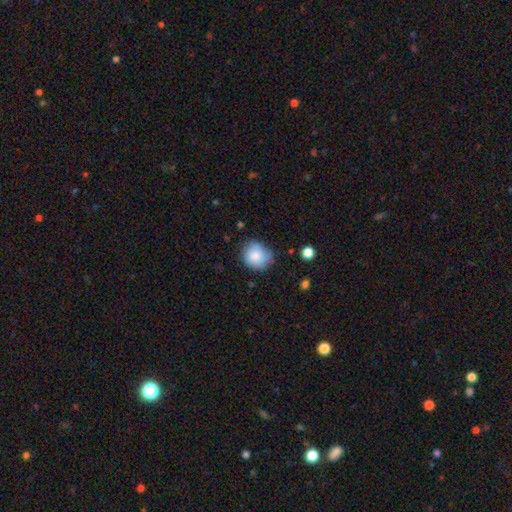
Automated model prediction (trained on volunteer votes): Smooth or featured? smooth (83%)
How rounded? round (79%)
Merging? none (70%)